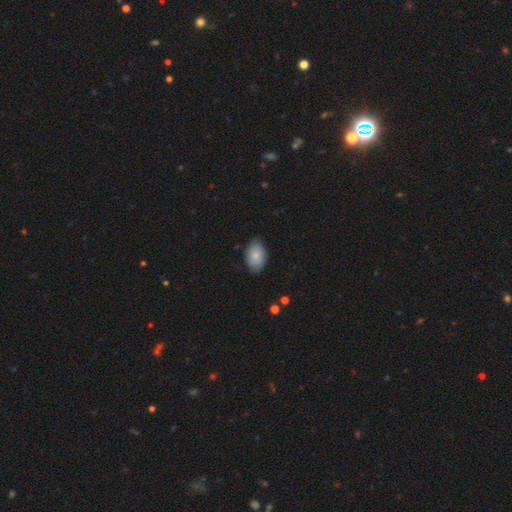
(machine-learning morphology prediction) Smooth or featured?
  - smooth: 85% *
  - featured or disk: 9%
  - star or artifact: 6%
How rounded?
  - in between: 90% *
  - round: 8%
  - cigar-shaped: 1%
Merging?
  - none: 80% *
  - minor disturbance: 16%
  - major disturbance: 2%
  - merger: 1%